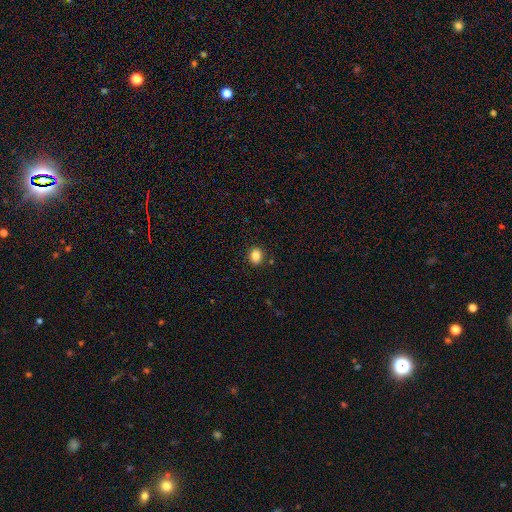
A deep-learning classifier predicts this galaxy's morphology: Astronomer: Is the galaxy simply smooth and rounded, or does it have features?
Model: smooth — 85%.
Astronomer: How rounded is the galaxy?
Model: round — 59% (runner-up: in between, 40%).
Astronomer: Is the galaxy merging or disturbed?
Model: none — 88%.